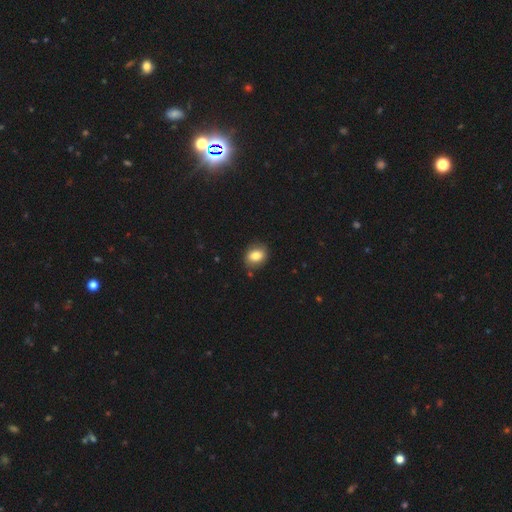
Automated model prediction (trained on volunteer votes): This is clearly a smooth galaxy (80%). How rounded: possibly in between (57%). Merging: clearly none (82%).